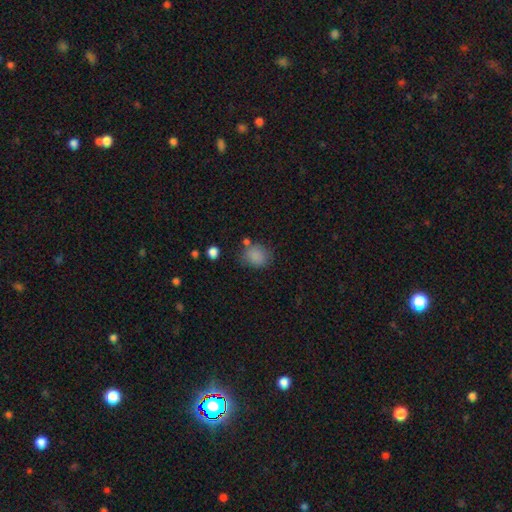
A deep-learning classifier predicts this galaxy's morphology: type=smooth (83%); roundness=round (61%); merging=none (68%).